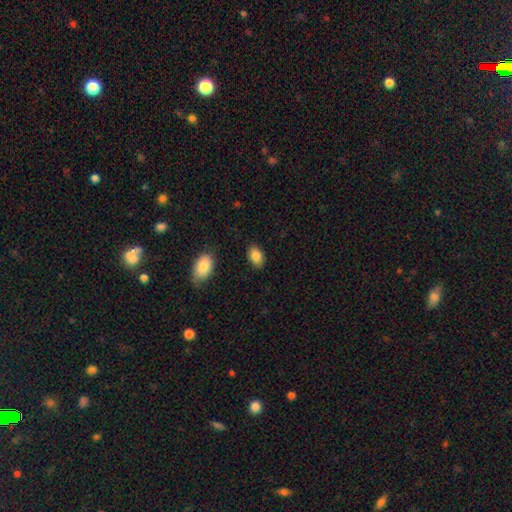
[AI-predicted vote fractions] smooth-or-featured: smooth: 86% | star or artifact: 8% | featured or disk: 6%
  how-rounded: in between: 87% | round: 12% | cigar-shaped: 1%
  merging: none: 85% | minor disturbance: 10% | major disturbance: 2% | merger: 2%